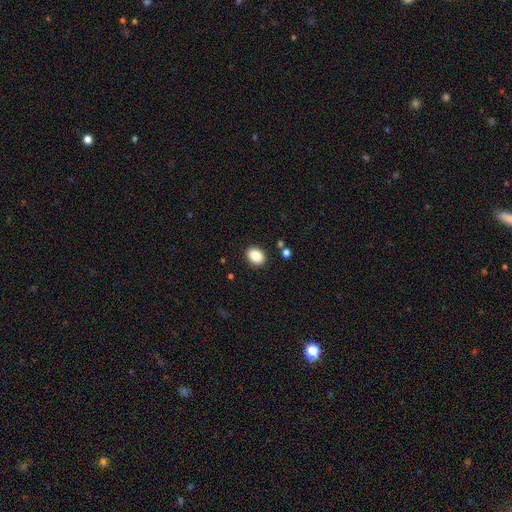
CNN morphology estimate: smooth_or_featured: smooth (p=0.87) [alt: star or artifact p=0.08]
how_rounded: in between (p=0.65) [alt: round p=0.34]
merging: none (p=0.88) [alt: minor disturbance p=0.07]